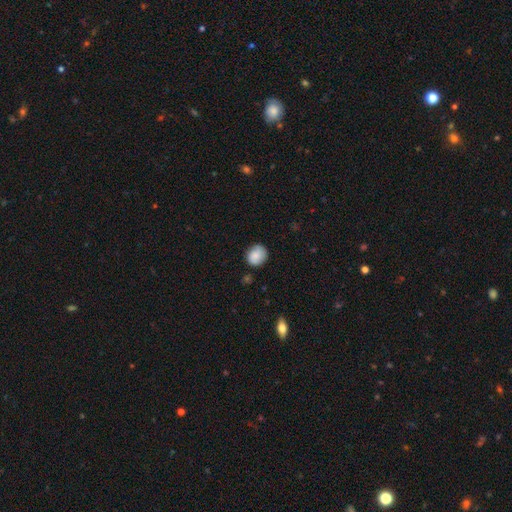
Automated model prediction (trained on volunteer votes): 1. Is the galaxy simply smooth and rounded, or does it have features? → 81% smooth, 11% featured or disk, 8% star or artifact.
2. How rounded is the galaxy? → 75% round, 24% in between, 1% cigar-shaped.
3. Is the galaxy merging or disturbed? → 76% none, 18% minor disturbance, 4% major disturbance, 2% merger.